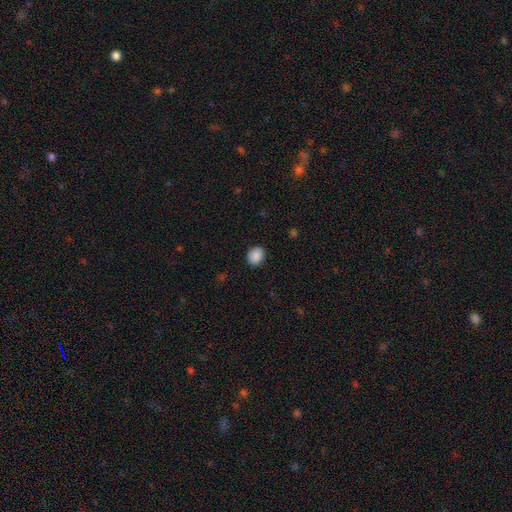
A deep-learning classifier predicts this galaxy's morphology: smooth 89%, star or artifact 8%, featured or disk 3%. Down the decision tree: how rounded — round (53%); merging — none (89%).